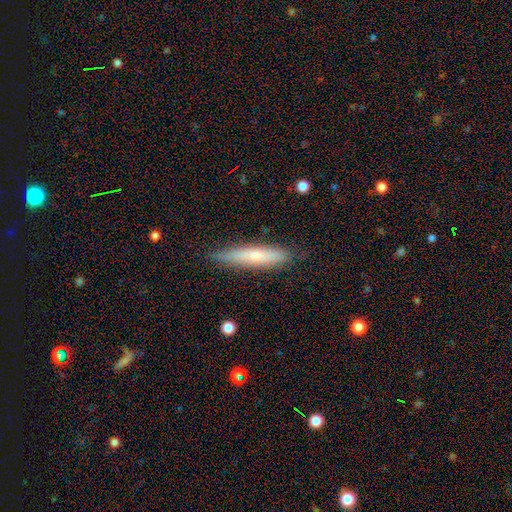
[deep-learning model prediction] Morphology: type=smooth (67%); roundness=cigar-shaped (89%); merging=none (83%).